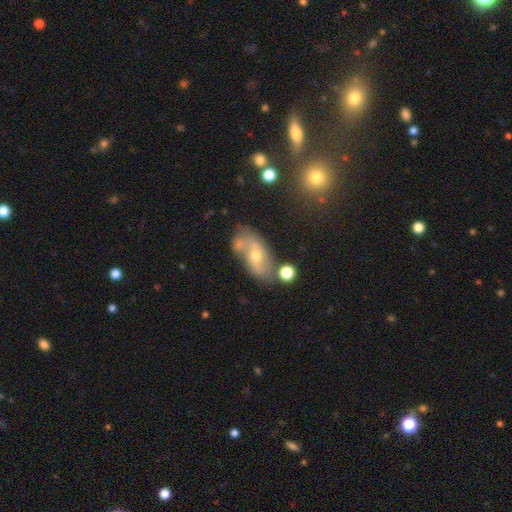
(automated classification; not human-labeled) Smooth or featured? featured or disk (61%)
Edge-on disk? no (91%)
Bar? no (54%)
Spiral arms? yes (66%)
Bulge size? moderate (62%)
Merging? none (50%)